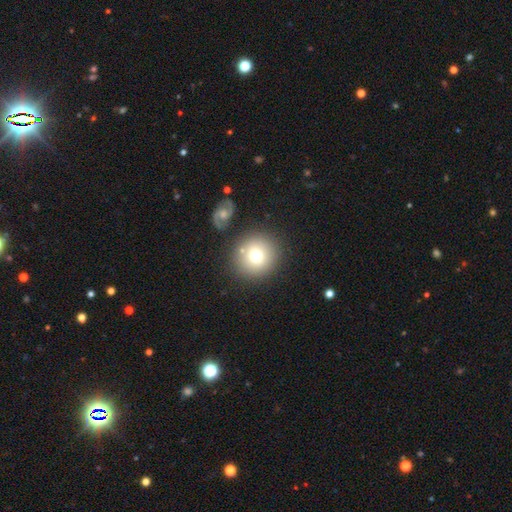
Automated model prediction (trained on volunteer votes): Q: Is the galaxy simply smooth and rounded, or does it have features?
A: smooth — 73%.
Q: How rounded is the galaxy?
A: round — 91%.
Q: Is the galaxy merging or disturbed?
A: none — 79%.